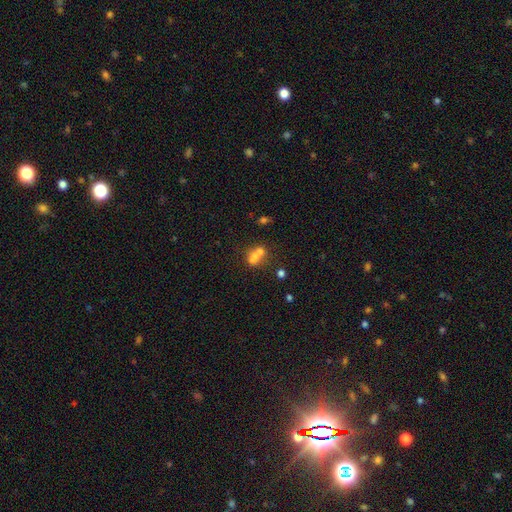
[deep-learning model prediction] The model was most divided on "how rounded": round: 57%, in between: 41%, cigar-shaped: 2%. More confident: smooth or featured — smooth (61%); merging — merger (61%).